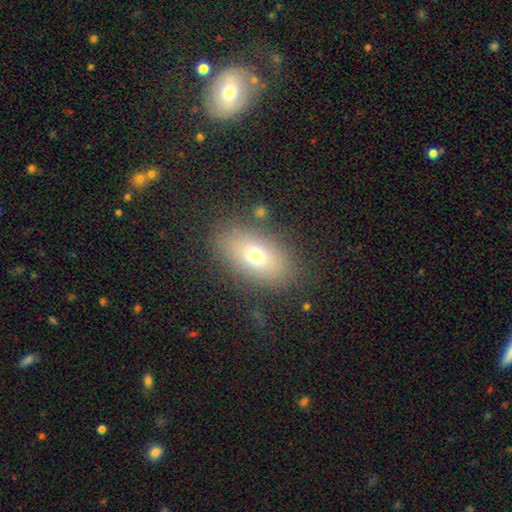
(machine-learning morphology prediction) A smooth galaxy with no disk features (71%) that is in between round and cigar-shaped (87%). Merging: none (82%).